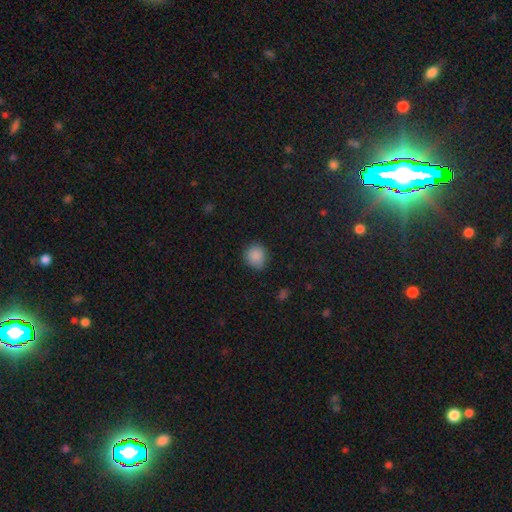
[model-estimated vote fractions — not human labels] smooth 87%, star or artifact 9%, featured or disk 4%. Down the decision tree: how rounded — round (87%); merging — none (81%).